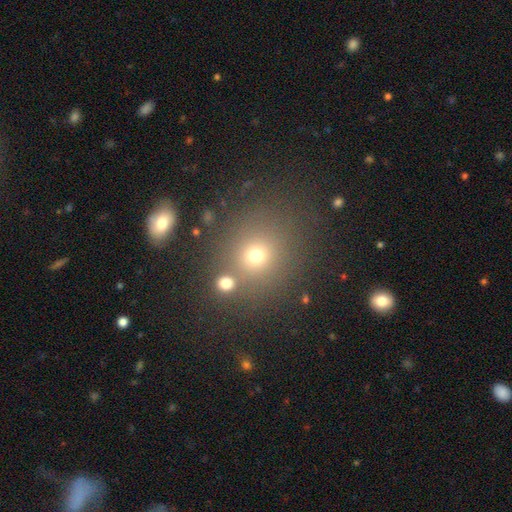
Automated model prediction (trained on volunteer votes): smooth_or_featured: smooth (p=0.69) [alt: star or artifact p=0.21]
how_rounded: round (p=0.81) [alt: in between p=0.18]
merging: none (p=0.73) [alt: minor disturbance p=0.11]